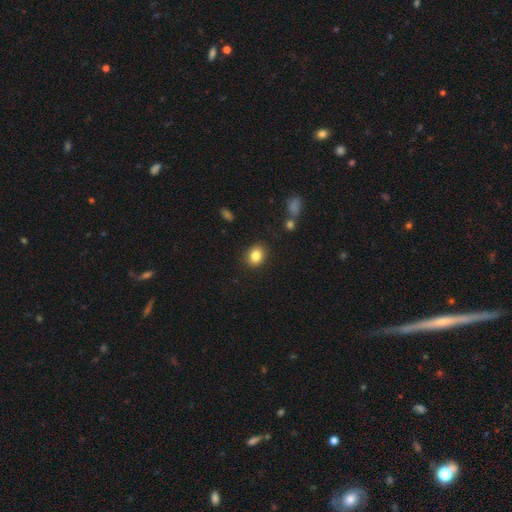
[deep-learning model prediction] A smooth galaxy with no disk features (83%) that is round (60%).

Vote fractions:
- Smooth or featured? smooth: 83% / star or artifact: 10% / featured or disk: 7%
- How rounded? round: 60% / in between: 39% / cigar-shaped: 1%
- Merging? none: 88% / minor disturbance: 8% / major disturbance: 2% / merger: 1%